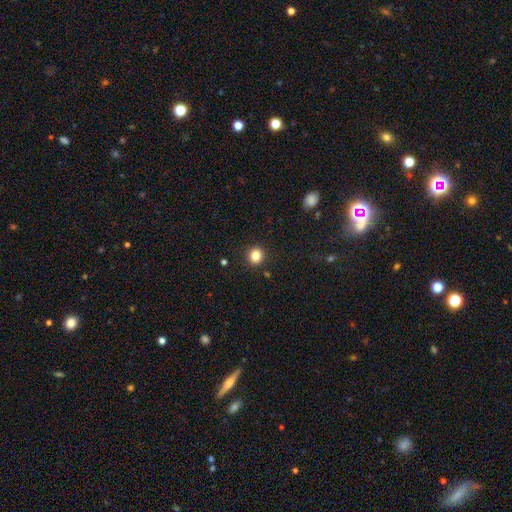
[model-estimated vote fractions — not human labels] A smooth galaxy with no disk features (84%) that is round (84%).

Vote fractions:
- Smooth or featured? smooth: 84% / star or artifact: 11% / featured or disk: 5%
- How rounded? round: 84% / in between: 15% / cigar-shaped: 1%
- Merging? none: 91% / minor disturbance: 6% / major disturbance: 2% / merger: 1%